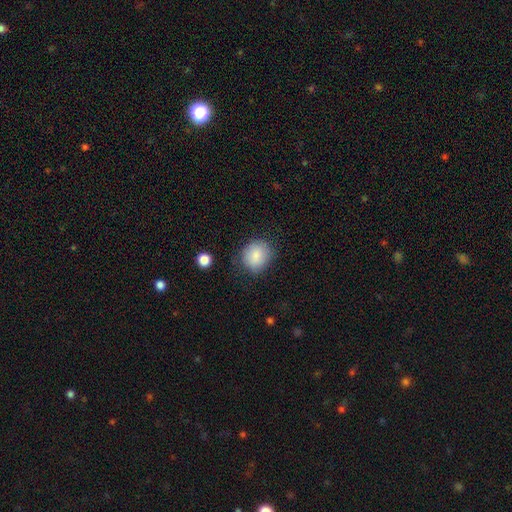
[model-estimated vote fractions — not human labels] Overall: smooth (85%). How rounded: round (69%; in between 30%). Merging: none (71%).